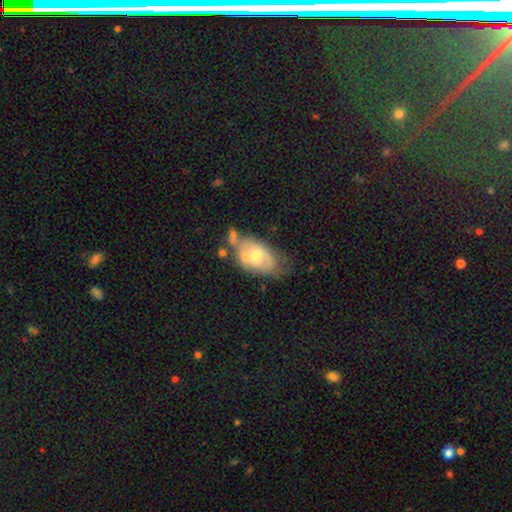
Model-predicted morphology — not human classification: Smooth or featured? featured or disk (50%)
Merging? none (37%)